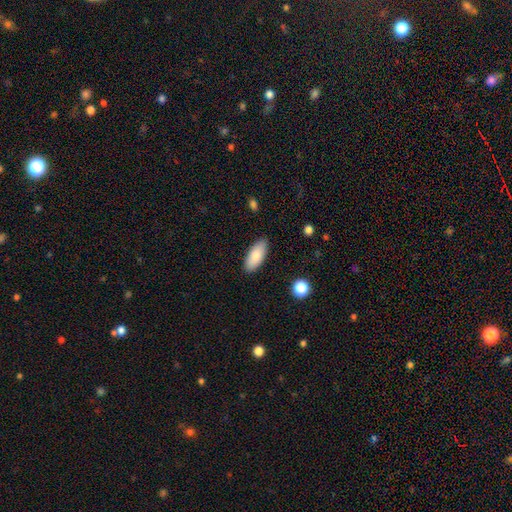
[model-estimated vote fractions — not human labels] smooth_or_featured: smooth (p=0.83) [alt: featured or disk p=0.11]
how_rounded: in between (p=0.86) [alt: cigar-shaped p=0.12]
merging: none (p=0.88) [alt: minor disturbance p=0.09]